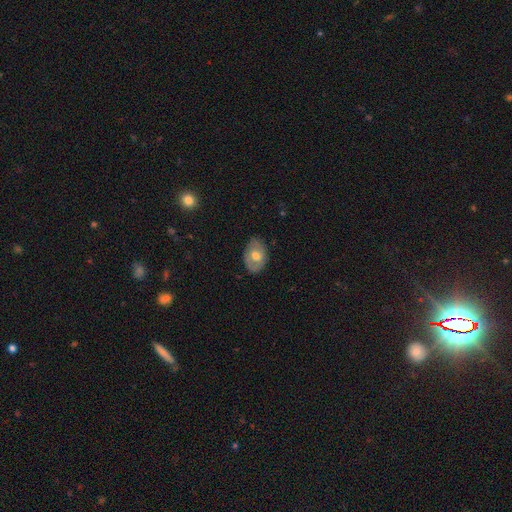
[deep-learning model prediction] This appears to be a smooth galaxy with no disk features (55%) that is in between round and cigar-shaped (79%). Merging: none (79%).